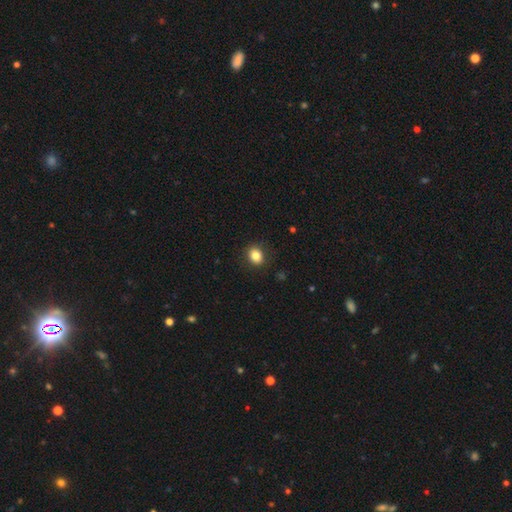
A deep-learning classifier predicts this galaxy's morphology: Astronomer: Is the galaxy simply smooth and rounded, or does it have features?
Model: smooth — 84%.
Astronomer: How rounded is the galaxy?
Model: round — 58% (runner-up: in between, 41%).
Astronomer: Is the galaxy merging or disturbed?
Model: none — 88%.